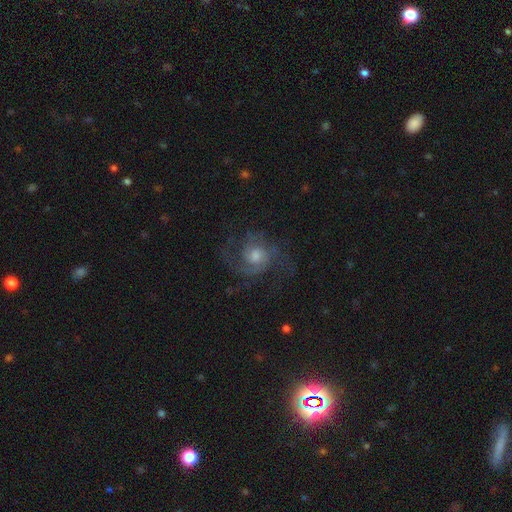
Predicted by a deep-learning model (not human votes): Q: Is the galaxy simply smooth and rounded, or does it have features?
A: featured or disk — 81%.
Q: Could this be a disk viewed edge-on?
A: no — 98%.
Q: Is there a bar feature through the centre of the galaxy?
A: no — 66%.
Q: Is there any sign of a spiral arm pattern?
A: yes — 95%.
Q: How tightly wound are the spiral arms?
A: medium — 51%.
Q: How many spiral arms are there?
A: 2 — 59%.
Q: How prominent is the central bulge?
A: moderate — 57%.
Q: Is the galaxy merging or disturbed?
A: none — 67%.